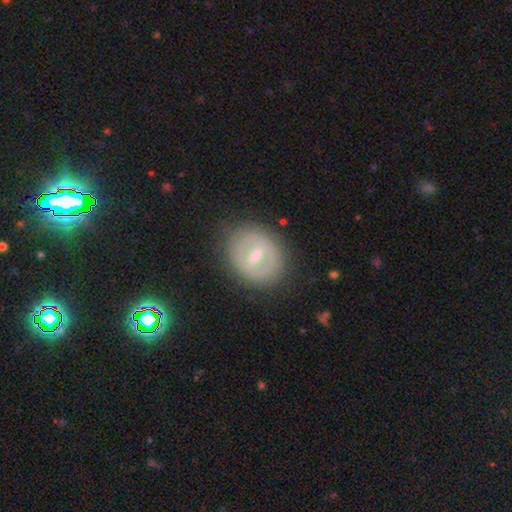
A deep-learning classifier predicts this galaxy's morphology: Smooth or featured: featured or disk — 58% (smooth — 35%)
Edge-on disk: no — 93% (yes — 7%)
Bar: strong — 46% (weak — 39%)
Spiral arms: no — 76% (yes — 24%)
Bulge size: moderate — 57% (small — 27%)
Merging: none — 80% (minor disturbance — 13%)